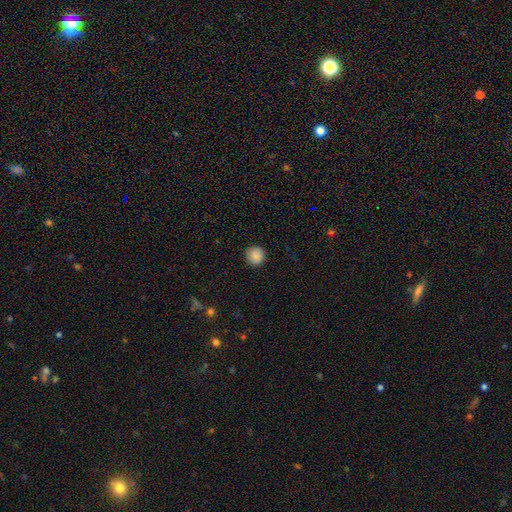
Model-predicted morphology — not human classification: Q: Smooth or featured?
A: smooth (88%); runner-up: star or artifact (9%)
Q: How rounded?
A: round (93%); runner-up: in between (6%)
Q: Merging?
A: none (91%); runner-up: minor disturbance (6%)